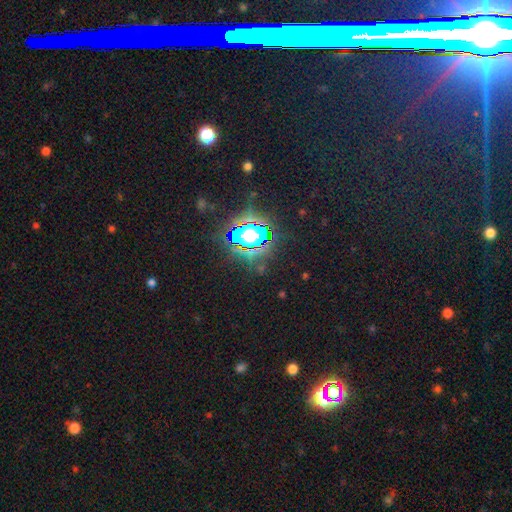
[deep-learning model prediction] A star or artifact, not a galaxy (81%).